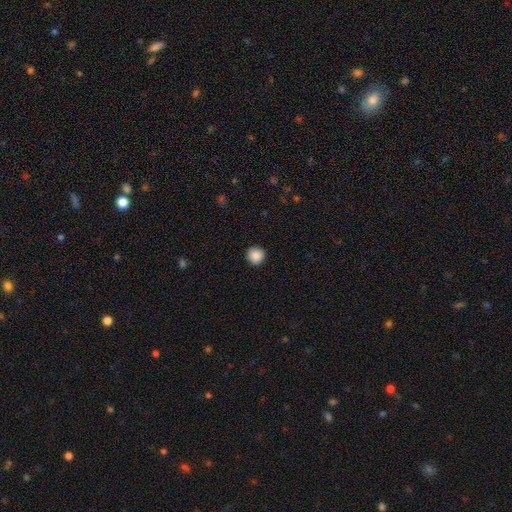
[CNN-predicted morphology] Smooth or featured?
  - smooth: 88% *
  - star or artifact: 9%
  - featured or disk: 3%
How rounded?
  - round: 93% *
  - in between: 6%
  - cigar-shaped: 1%
Merging?
  - none: 91% *
  - minor disturbance: 6%
  - major disturbance: 2%
  - merger: 1%